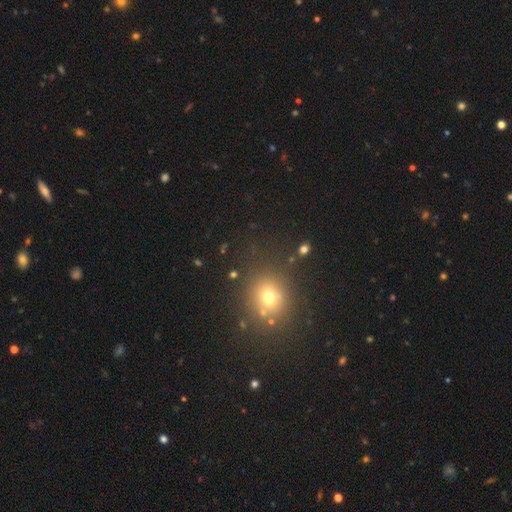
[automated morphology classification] This appears to be a smooth galaxy with no disk features (54%) that is round (79%). Merging: none (86%).